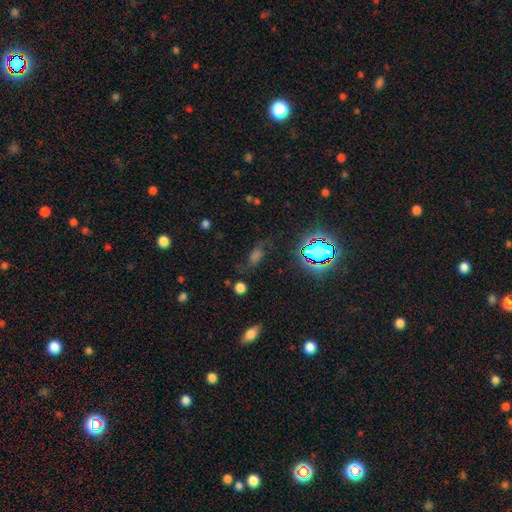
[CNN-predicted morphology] Smooth or featured?
  - smooth: 39% *
  - star or artifact: 36%
  - featured or disk: 25%
Merging?
  - none: 63% *
  - minor disturbance: 20%
  - major disturbance: 13%
  - merger: 3%